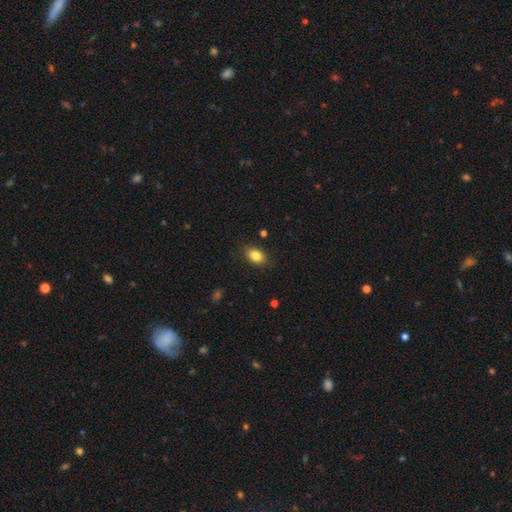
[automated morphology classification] smooth-or-featured: smooth: 84% | star or artifact: 9% | featured or disk: 7%
  how-rounded: in between: 80% | round: 19% | cigar-shaped: 1%
  merging: none: 86% | minor disturbance: 11% | major disturbance: 3% | merger: 1%